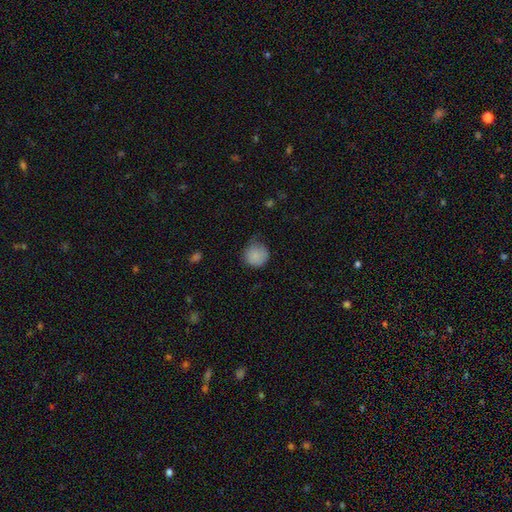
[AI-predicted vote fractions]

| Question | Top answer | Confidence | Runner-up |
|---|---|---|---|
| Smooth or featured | smooth | 85% | star or artifact (9%) |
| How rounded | round | 91% | in between (8%) |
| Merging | none | 58% | minor disturbance (33%) |